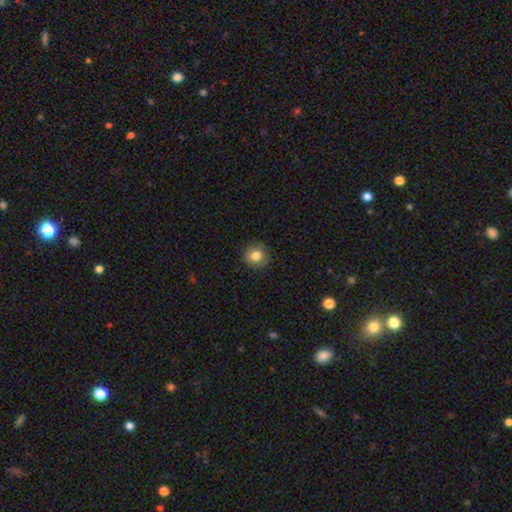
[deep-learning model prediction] smooth 82%, star or artifact 10%, featured or disk 8%. Down the decision tree: how rounded — round (91%); merging — none (89%).